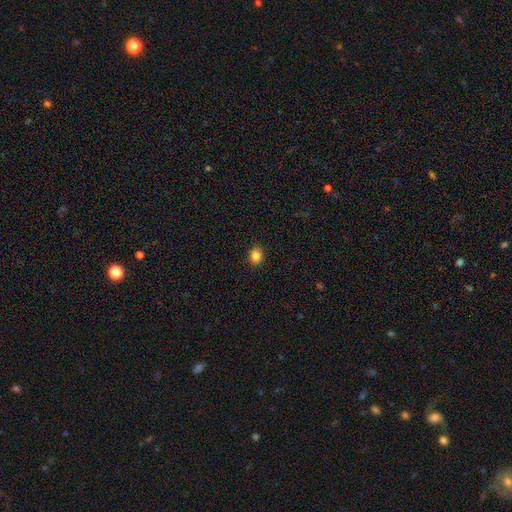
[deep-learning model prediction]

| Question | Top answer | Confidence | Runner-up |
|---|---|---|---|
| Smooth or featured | smooth | 85% | star or artifact (11%) |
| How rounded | in between | 50% | round (49%) |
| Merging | none | 90% | minor disturbance (7%) |